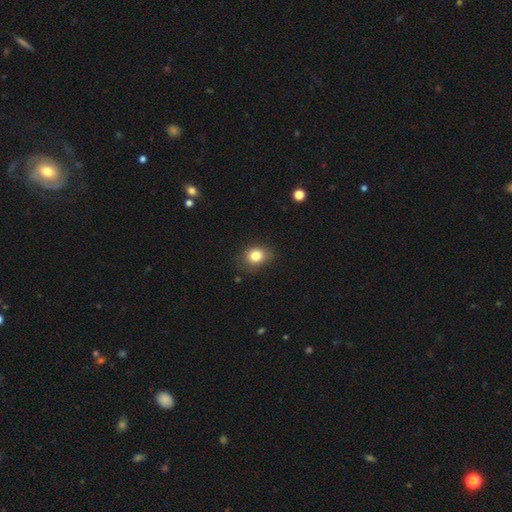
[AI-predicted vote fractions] smooth 82%, star or artifact 10%, featured or disk 7%. Down the decision tree: how rounded — round (55%); merging — none (82%).